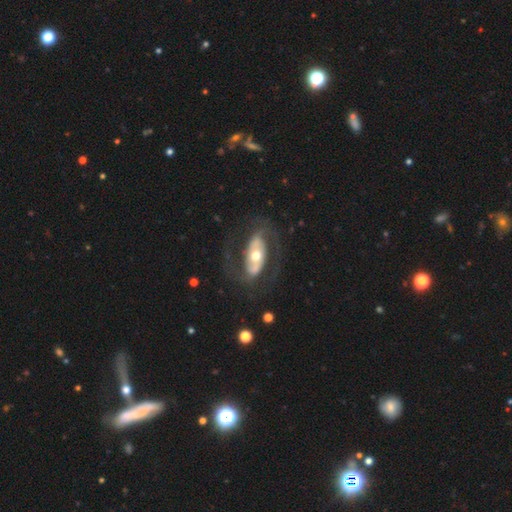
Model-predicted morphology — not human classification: featured or disk 80%, smooth 15%, star or artifact 5%. Down the decision tree: edge-on disk — no (93%); bar — no (38%); spiral arms — yes (83%); spiral arm count — 2 (87%); spiral winding — medium (47%); bulge size — moderate (69%); merging — none (71%).